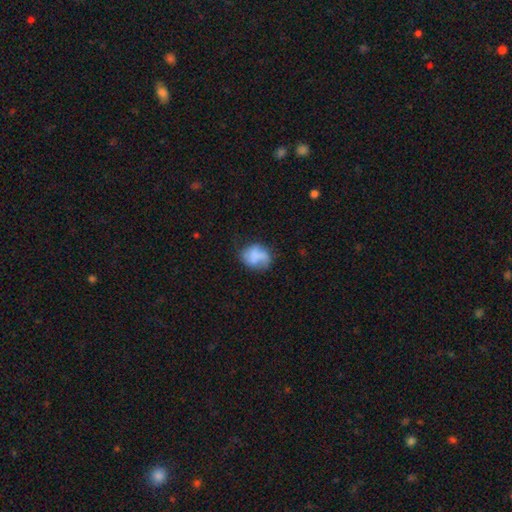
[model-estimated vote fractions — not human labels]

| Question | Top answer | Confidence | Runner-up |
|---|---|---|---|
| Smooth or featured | smooth | 64% | featured or disk (27%) |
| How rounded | in between | 57% | round (42%) |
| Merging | none | 48% | minor disturbance (29%) |